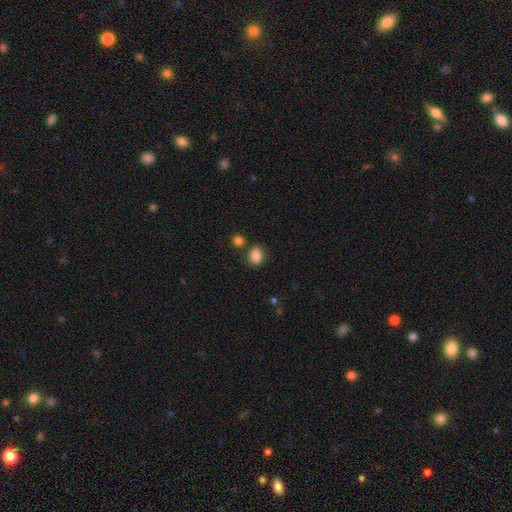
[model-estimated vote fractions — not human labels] Smooth or featured? smooth (86%)
How rounded? in between (58%)
Merging? none (74%)